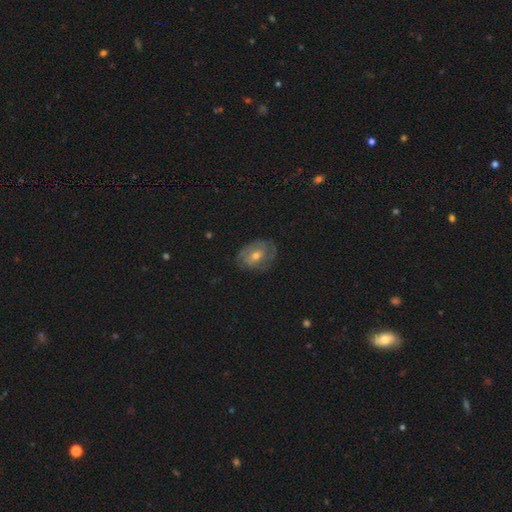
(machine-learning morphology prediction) Smooth or featured? featured or disk (68%)
Edge-on disk? no (96%)
Bar? no (53%)
Spiral arms? yes (83%)
Spiral winding? tight (50%)
Spiral arm count? 2 (49%)
Bulge size? moderate (60%)
Merging? none (70%)